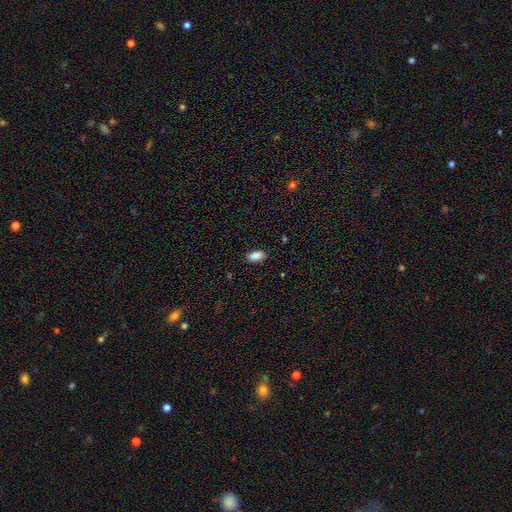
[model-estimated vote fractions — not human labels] A smooth galaxy with no disk features (88%) that is in between round and cigar-shaped (92%).

Vote fractions:
- Smooth or featured? smooth: 88% / star or artifact: 8% / featured or disk: 4%
- How rounded? in between: 92% / cigar-shaped: 4% / round: 4%
- Merging? none: 86% / minor disturbance: 11% / major disturbance: 2% / merger: 1%